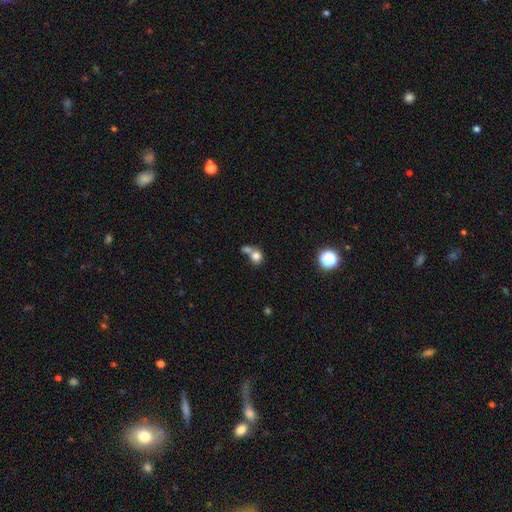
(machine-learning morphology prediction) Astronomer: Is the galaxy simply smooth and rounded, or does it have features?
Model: smooth — 77%.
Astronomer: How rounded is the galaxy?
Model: round — 77%.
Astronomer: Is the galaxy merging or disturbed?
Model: merger — 51% (runner-up: none, 35%).